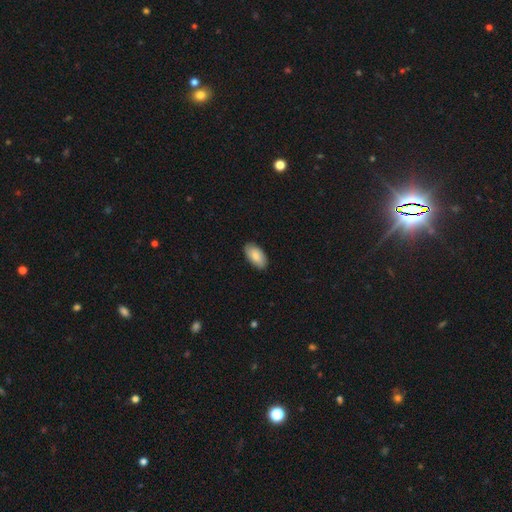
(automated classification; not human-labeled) This appears to be a smooth galaxy with no disk features (79%) that is in between round and cigar-shaped (95%). Merging: none (85%).